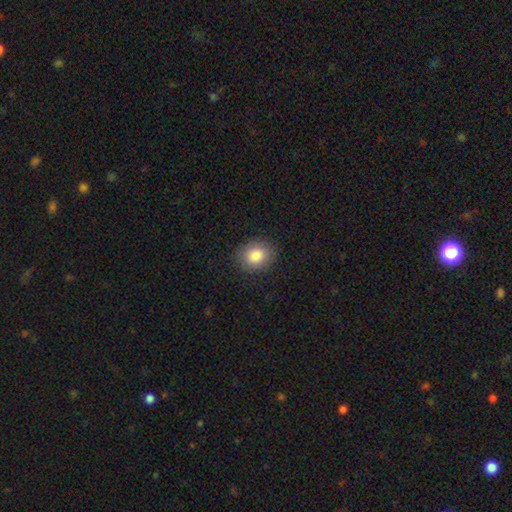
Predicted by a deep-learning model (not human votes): Smooth or featured? smooth (86%)
How rounded? round (57%)
Merging? none (86%)